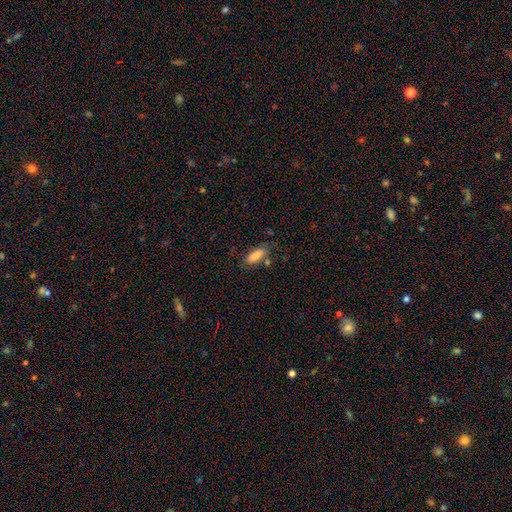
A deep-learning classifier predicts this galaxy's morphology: A smooth galaxy with no disk features (84%) that is in between round and cigar-shaped (77%). Merging: none (70%).